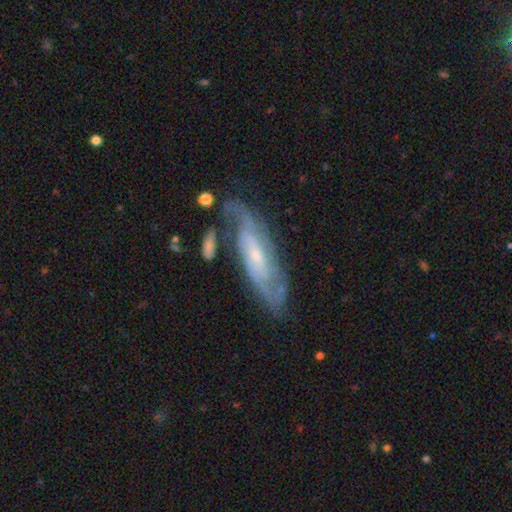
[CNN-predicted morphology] A featured or disk galaxy (81%) with no bar (47%), 2 (59%) tight (49%) spiral arms (93%) and a small central bulge (66%).

Vote fractions:
- Smooth or featured? featured or disk: 81% / smooth: 13% / star or artifact: 6%
- Edge-on disk? no: 84% / yes: 16%
- Bar? no: 47% / weak: 38% / strong: 15%
- Spiral arms? yes: 93% / no: 7%
- Spiral winding? tight: 49% / medium: 39% / loose: 12%
- Spiral arm count? 2: 59% / can't tell: 25% / 3: 7% / 1: 3% / 4: 3% / more than 4: 2%
- Bulge size? small: 66% / moderate: 27% / none: 4% / large: 2% / dominant: 1%
- Merging? none: 68% / minor disturbance: 18% / major disturbance: 9% / merger: 6%